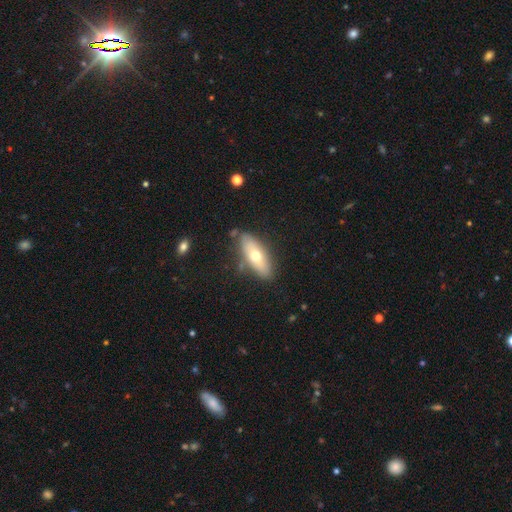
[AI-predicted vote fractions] smooth-or-featured: smooth: 57% | featured or disk: 37% | star or artifact: 7%
  how-rounded: in between: 71% | cigar-shaped: 26% | round: 3%
  merging: none: 76% | minor disturbance: 16% | major disturbance: 4% | merger: 4%